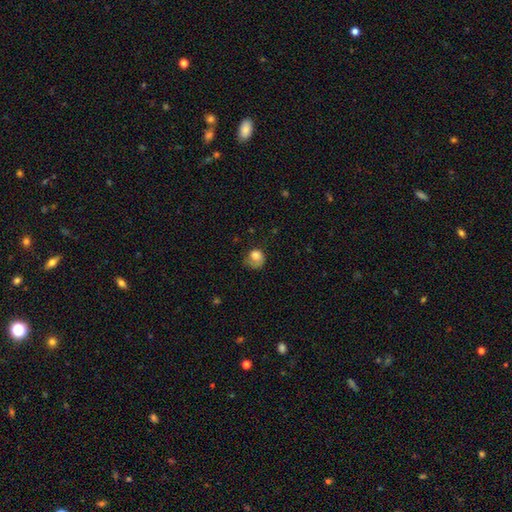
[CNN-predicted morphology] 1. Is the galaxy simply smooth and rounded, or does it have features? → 76% smooth, 15% featured or disk, 9% star or artifact.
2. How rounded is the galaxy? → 68% round, 31% in between, 1% cigar-shaped.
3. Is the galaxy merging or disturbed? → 37% none, 32% minor disturbance, 29% major disturbance, 2% merger.